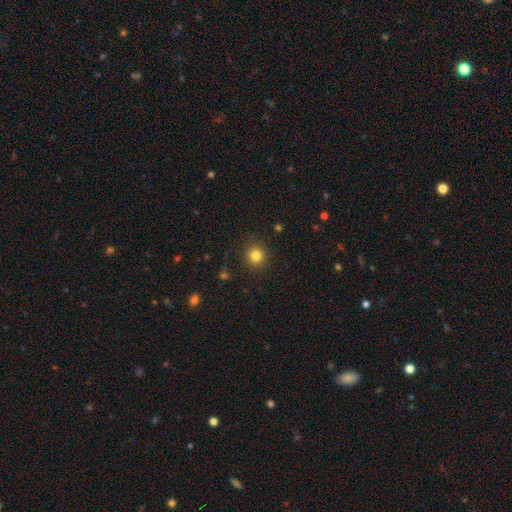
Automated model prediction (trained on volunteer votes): The model was most divided on "smooth or featured": smooth: 82%, star or artifact: 12%, featured or disk: 5%. More confident: how rounded — round (90%); merging — none (89%).